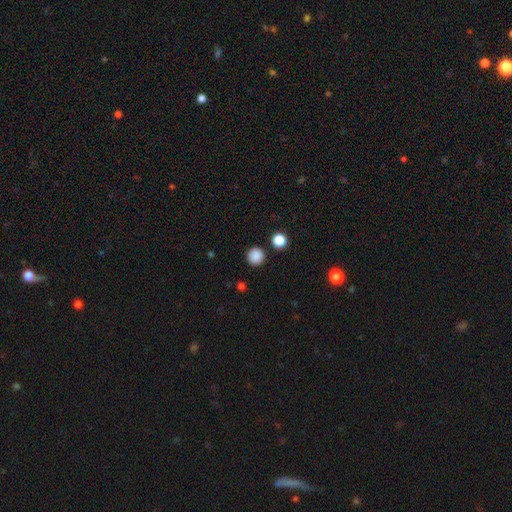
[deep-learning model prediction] Smooth or featured: smooth — 87% (star or artifact — 11%)
How rounded: round — 95% (in between — 4%)
Merging: none — 91% (minor disturbance — 5%)